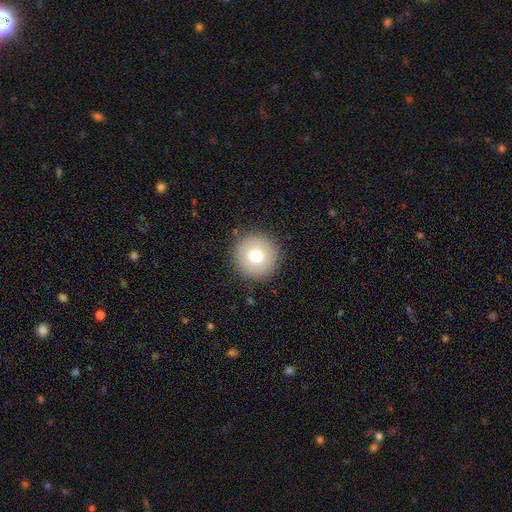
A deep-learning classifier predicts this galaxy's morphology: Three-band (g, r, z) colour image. It shows a smooth galaxy with no disk features (74%) that is round (96%). Merging: none (90%).